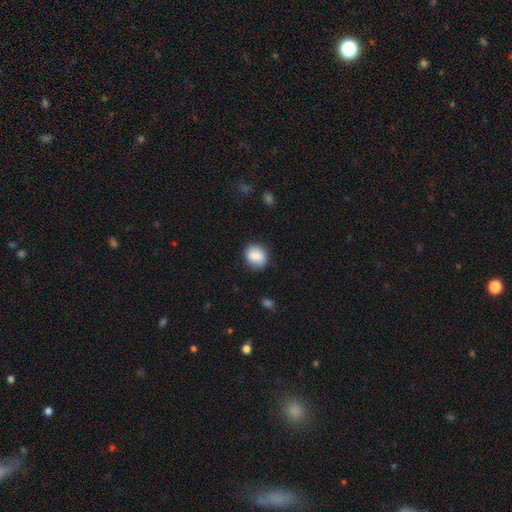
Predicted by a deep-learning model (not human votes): Smooth or featured? smooth (85%)
How rounded? round (65%)
Merging? none (84%)